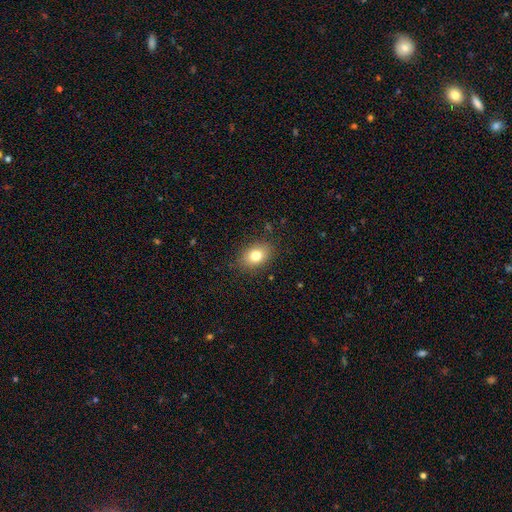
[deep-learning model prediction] A smooth galaxy with no disk features (80%) that is in between round and cigar-shaped (75%).

Vote fractions:
- Smooth or featured? smooth: 80% / featured or disk: 10% / star or artifact: 10%
- How rounded? in between: 75% / round: 24% / cigar-shaped: 1%
- Merging? none: 85% / minor disturbance: 11% / major disturbance: 3% / merger: 1%